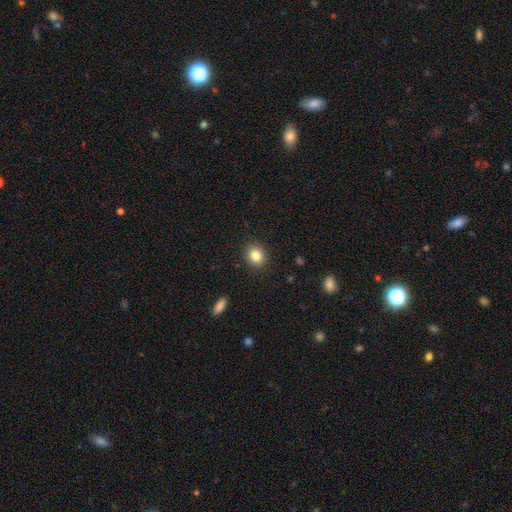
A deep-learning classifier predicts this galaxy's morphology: smooth_or_featured: smooth (p=0.84) [alt: star or artifact p=0.10]
how_rounded: round (p=0.74) [alt: in between p=0.25]
merging: none (p=0.90) [alt: minor disturbance p=0.07]